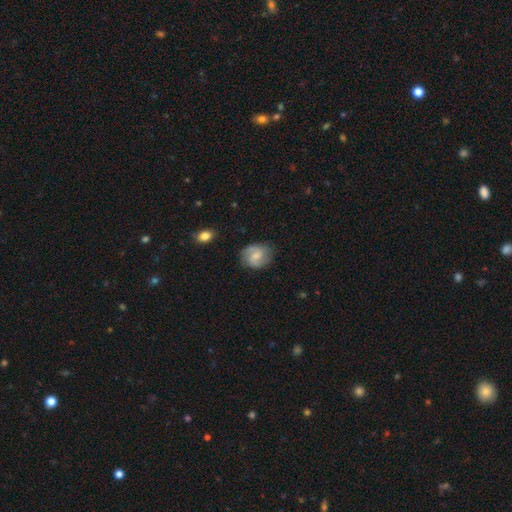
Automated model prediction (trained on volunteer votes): smooth-or-featured: featured or disk: 61% | smooth: 32% | star or artifact: 7%
  disk-edge-on: no: 98% | yes: 2%
    bar: weak: 51% | no: 40% | strong: 9%
    has-spiral-arms: yes: 92% | no: 8%
      spiral-winding: medium: 49% | loose: 27% | tight: 24%
      spiral-arm-count: 2: 83% | can't tell: 8% | 3: 3% | 1: 3% | 4: 1% | more than 4: 1%
    bulge-size: small: 41% | moderate: 37% | none: 16% | large: 5% | dominant: 1%
  merging: none: 77% | minor disturbance: 17% | major disturbance: 5% | merger: 2%